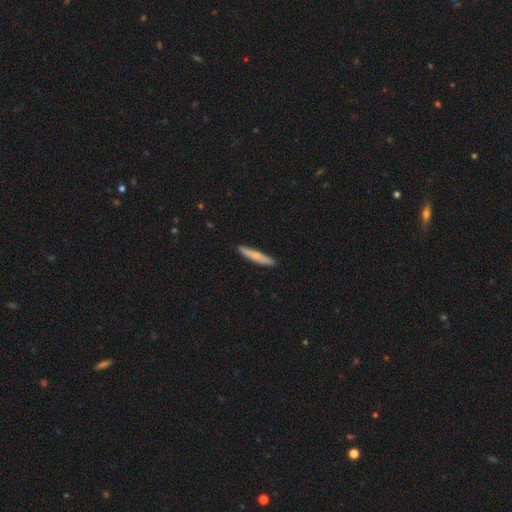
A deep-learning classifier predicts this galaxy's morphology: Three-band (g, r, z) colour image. It shows a smooth galaxy with no disk features (68%) that is cigar-shaped (94%). Merging: none (89%).